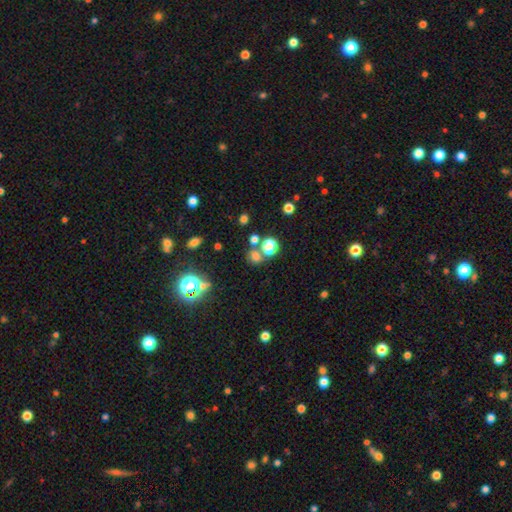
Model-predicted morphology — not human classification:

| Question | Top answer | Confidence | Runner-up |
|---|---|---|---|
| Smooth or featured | smooth | 62% | star or artifact (31%) |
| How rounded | round | 81% | in between (18%) |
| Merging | none | 65% | merger (22%) |